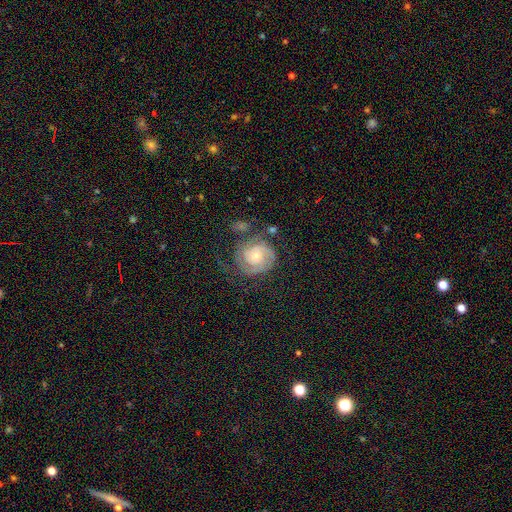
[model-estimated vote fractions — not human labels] This is clearly a featured or disk galaxy (84%). It is clearly not viewed edge-on (98%). Bar: likely no (73%). Spiral arm pattern: clearly yes (97%). Spiral arm count: possibly 2 (49%). Spiral winding: likely tight (70%). Central bulge: likely small (62%). Merging: possibly none (57%).